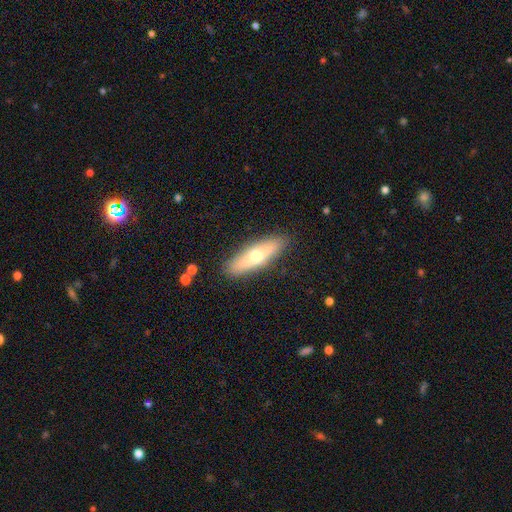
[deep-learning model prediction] smooth_or_featured: smooth (p=0.57) [alt: featured or disk p=0.37]
how_rounded: cigar-shaped (p=0.57) [alt: in between p=0.40]
merging: none (p=0.88) [alt: minor disturbance p=0.09]